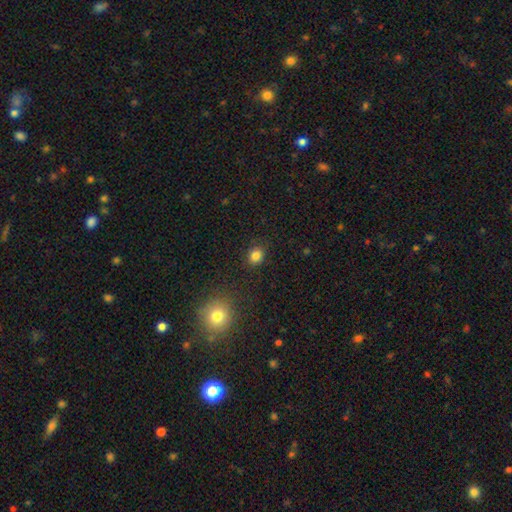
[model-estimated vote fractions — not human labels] smooth-or-featured: smooth: 83% | star or artifact: 13% | featured or disk: 5%
  how-rounded: round: 70% | in between: 29% | cigar-shaped: 1%
  merging: none: 87% | minor disturbance: 9% | major disturbance: 3% | merger: 2%